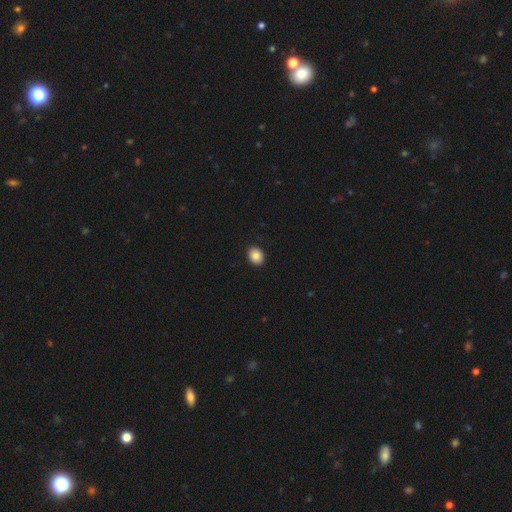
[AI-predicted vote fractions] smooth_or_featured: smooth (p=0.85) [alt: star or artifact p=0.09]
how_rounded: in between (p=0.50) [alt: round p=0.49]
merging: none (p=0.90) [alt: minor disturbance p=0.07]